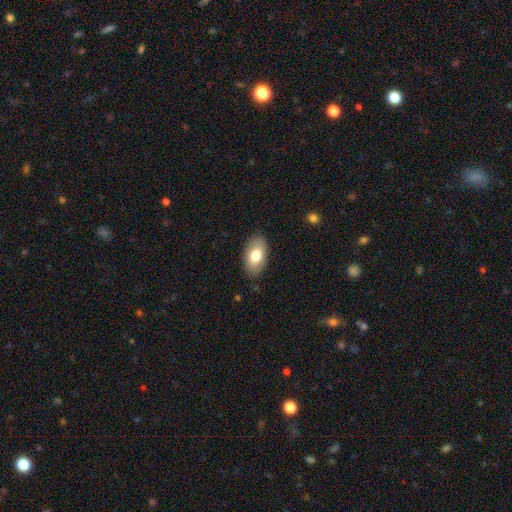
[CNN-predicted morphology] Smooth or featured? Predicted: smooth (p=0.76). How rounded? Predicted: in between (p=0.93). Merging? Predicted: none (p=0.85).